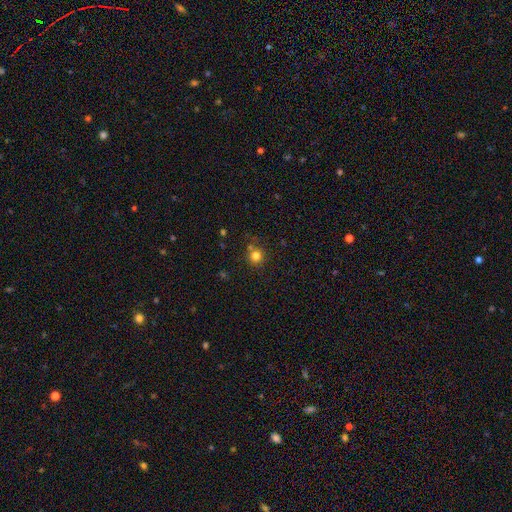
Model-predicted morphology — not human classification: This is likely a smooth galaxy (79%). How rounded: clearly round (93%). Merging: likely none (78%).